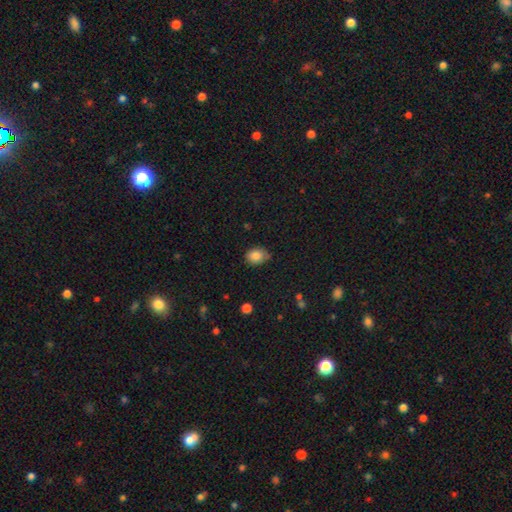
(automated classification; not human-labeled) This appears to be a smooth galaxy with no disk features (86%) that is in between round and cigar-shaped (64%). Merging: none (69%).